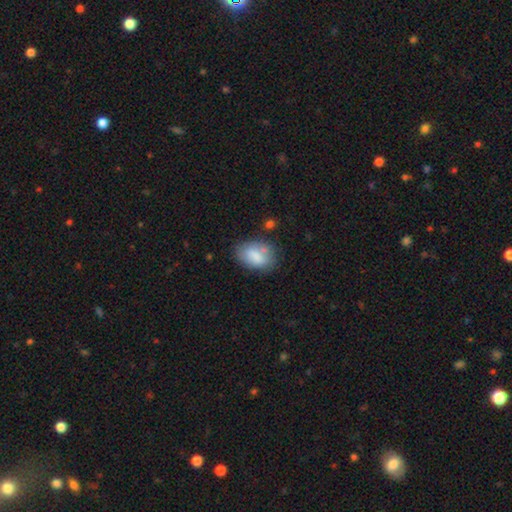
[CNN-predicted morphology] smooth_or_featured: smooth (p=0.80) [alt: featured or disk p=0.12]
how_rounded: in between (p=0.86) [alt: round p=0.13]
merging: none (p=0.64) [alt: minor disturbance p=0.22]